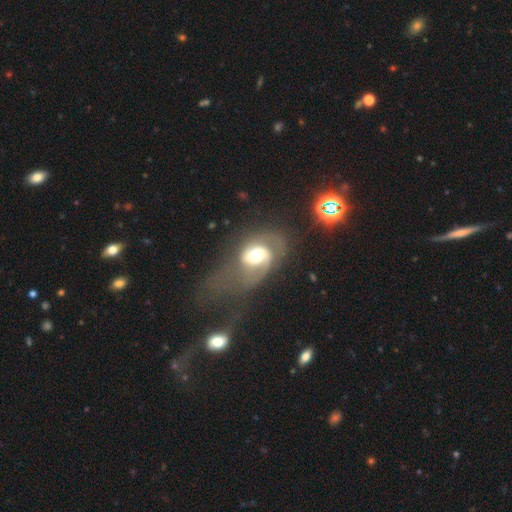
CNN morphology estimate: Q: Smooth or featured?
A: featured or disk (75%); runner-up: smooth (18%)
Q: Edge-on disk?
A: no (97%); runner-up: yes (3%)
Q: Bar?
A: no (50%); runner-up: weak (36%)
Q: Spiral arms?
A: yes (90%); runner-up: no (10%)
Q: Spiral winding?
A: medium (45%); runner-up: loose (35%)
Q: Spiral arm count?
A: 2 (62%); runner-up: 1 (26%)
Q: Bulge size?
A: moderate (56%); runner-up: large (33%)
Q: Merging?
A: major disturbance (45%); runner-up: none (31%)